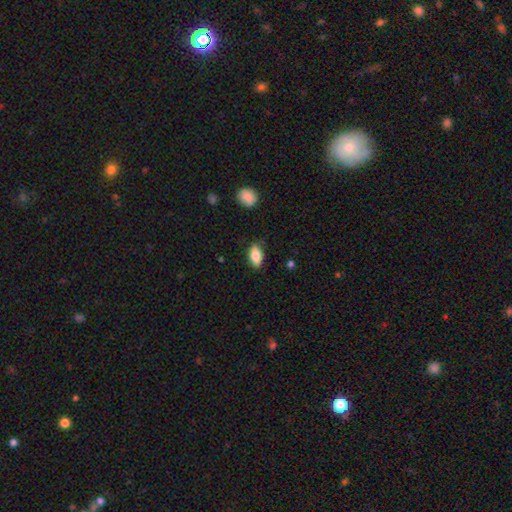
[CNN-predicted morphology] This is likely a smooth galaxy (80%). How rounded: clearly in between (87%). Merging: clearly none (82%).